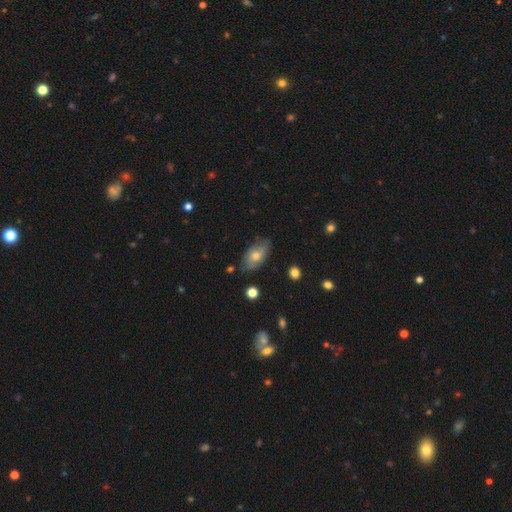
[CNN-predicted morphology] Smooth or featured? Predicted: smooth (p=0.54). How rounded? Predicted: in between (p=0.90). Merging? Predicted: none (p=0.74).